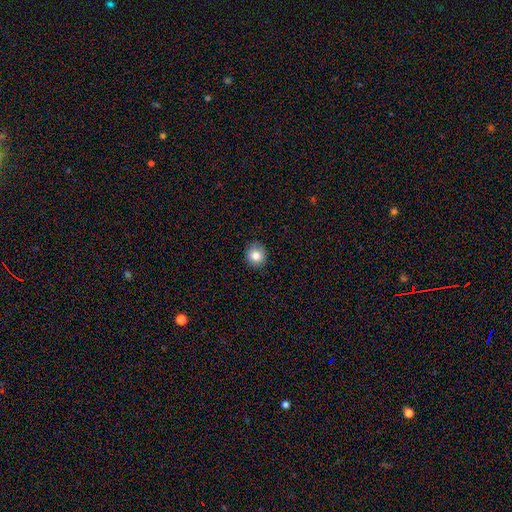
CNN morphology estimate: smooth 82%, star or artifact 10%, featured or disk 8%. Down the decision tree: how rounded — round (87%); merging — none (89%).